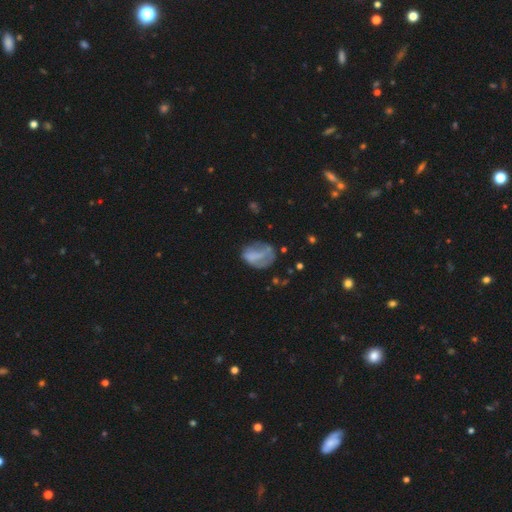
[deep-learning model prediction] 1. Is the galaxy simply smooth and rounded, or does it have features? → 53% smooth, 37% featured or disk, 10% star or artifact.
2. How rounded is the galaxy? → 68% in between, 29% round, 3% cigar-shaped.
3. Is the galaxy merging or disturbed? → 44% none, 29% minor disturbance, 23% major disturbance, 4% merger.